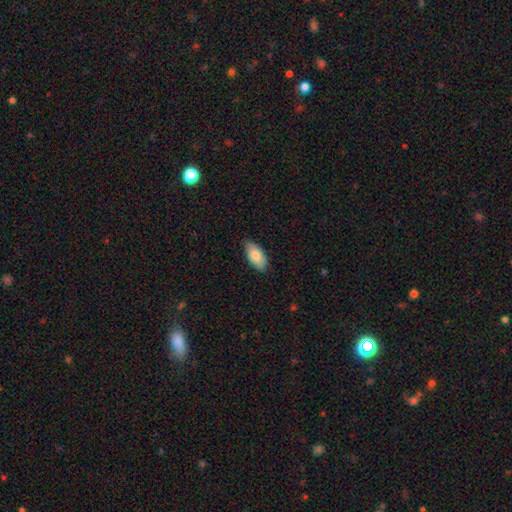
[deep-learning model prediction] Smooth or featured: smooth — 83% (featured or disk — 11%)
How rounded: in between — 93% (cigar-shaped — 4%)
Merging: none — 79% (minor disturbance — 17%)